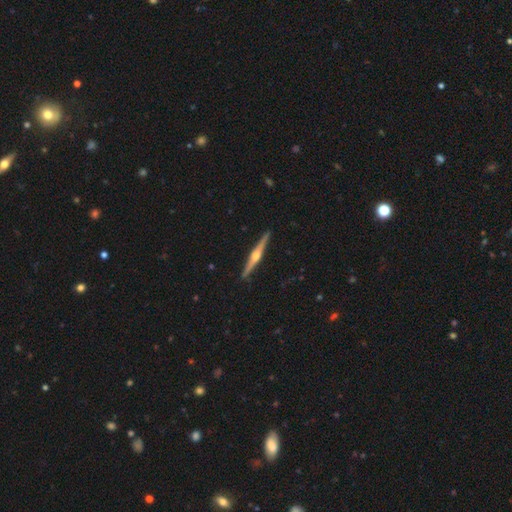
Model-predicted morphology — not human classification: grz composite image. It shows a featured or disk galaxy (82%) viewed edge-on (99%) with a rounded central bulge (92%). Merging: none (92%).